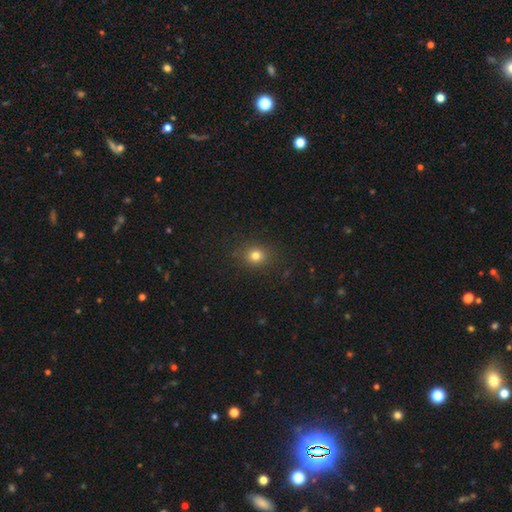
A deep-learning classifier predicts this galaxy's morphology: Smooth or featured? Predicted: smooth (p=0.78). How rounded? Predicted: round (p=0.74). Merging? Predicted: none (p=0.88).